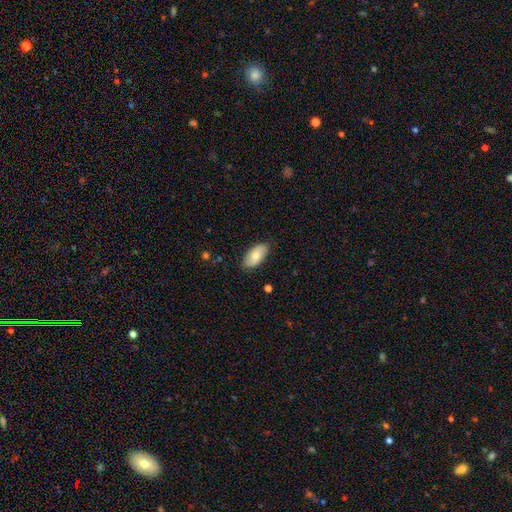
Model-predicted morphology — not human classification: smooth 71%, featured or disk 23%, star or artifact 6%. Down the decision tree: how rounded — in between (94%); merging — none (84%).